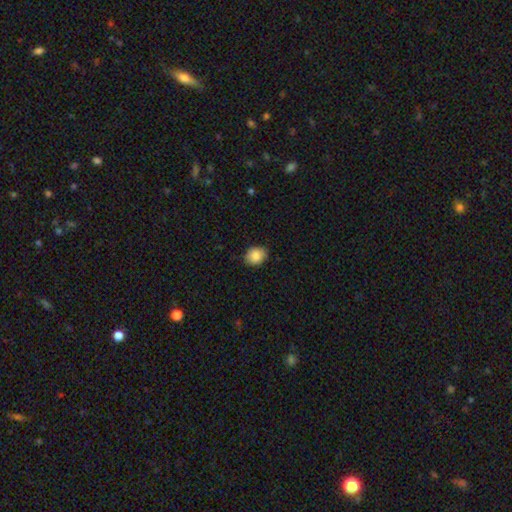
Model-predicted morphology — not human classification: This appears to be a smooth galaxy with no disk features (86%) that is in between round and cigar-shaped (50%). Merging: none (84%).